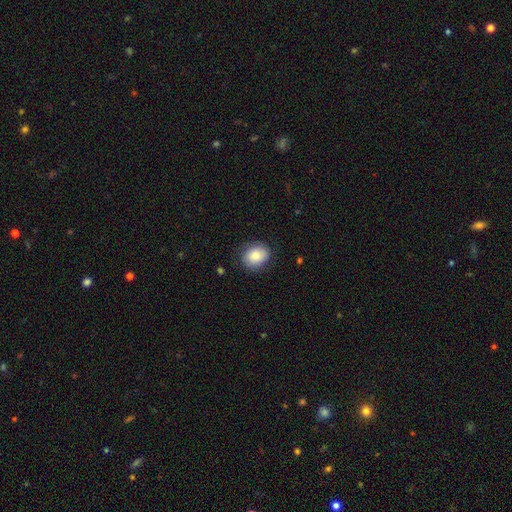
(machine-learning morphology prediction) Smooth or featured? Predicted: smooth (p=0.82). How rounded? Predicted: round (p=0.58). Merging? Predicted: none (p=0.79).